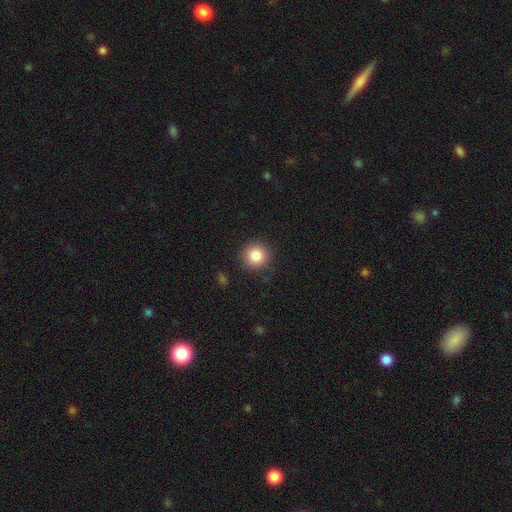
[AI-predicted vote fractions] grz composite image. It shows a smooth galaxy with no disk features (85%) that is round (93%). Merging: none (90%).